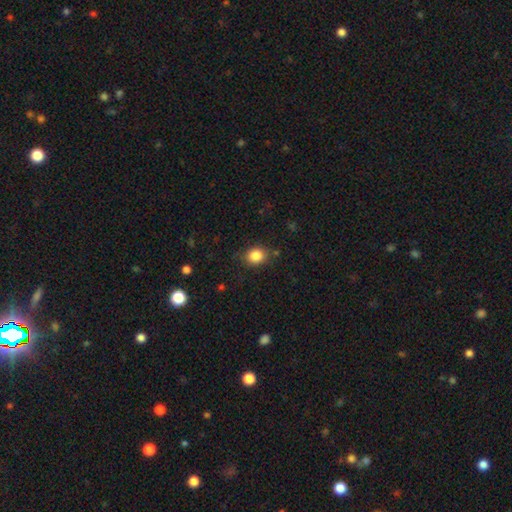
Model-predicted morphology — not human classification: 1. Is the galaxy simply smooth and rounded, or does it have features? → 85% smooth, 10% star or artifact, 6% featured or disk.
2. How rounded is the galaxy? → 56% round, 43% in between, 1% cigar-shaped.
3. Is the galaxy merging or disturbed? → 82% none, 13% minor disturbance, 4% major disturbance, 2% merger.